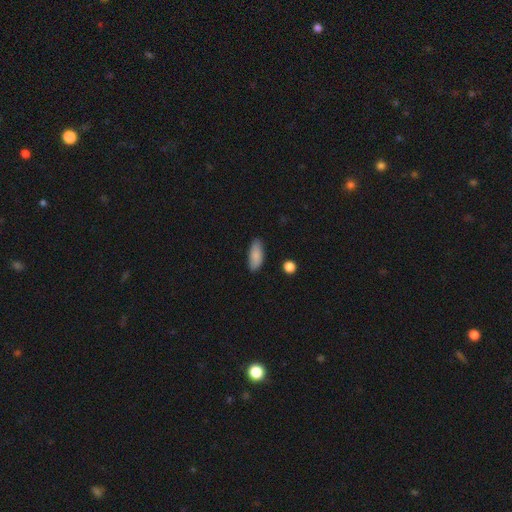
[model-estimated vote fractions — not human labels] Smooth or featured? smooth (85%)
How rounded? in between (78%)
Merging? none (83%)